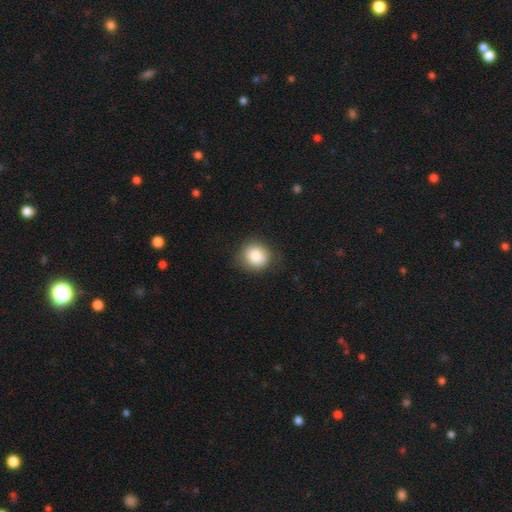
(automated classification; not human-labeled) Smooth or featured? Predicted: smooth (p=0.84). How rounded? Predicted: round (p=0.84). Merging? Predicted: none (p=0.81).